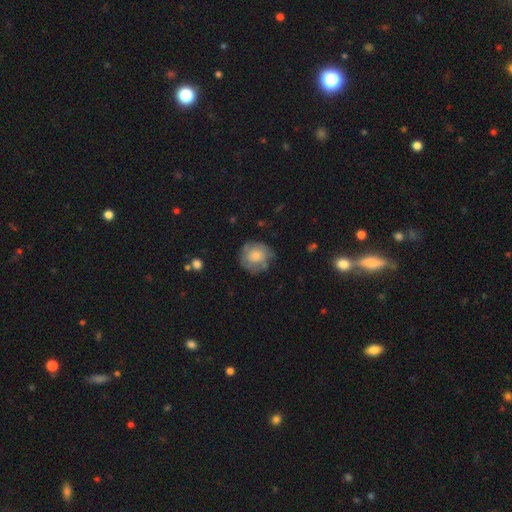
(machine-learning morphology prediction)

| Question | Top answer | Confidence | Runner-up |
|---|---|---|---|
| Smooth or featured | smooth | 59% | featured or disk (34%) |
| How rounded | round | 87% | in between (12%) |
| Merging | none | 66% | minor disturbance (23%) |